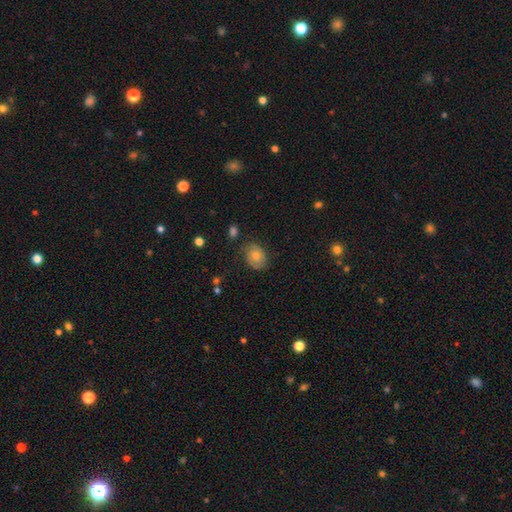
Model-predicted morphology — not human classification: Smooth or featured? smooth (53%)
How rounded? in between (55%)
Merging? none (76%)